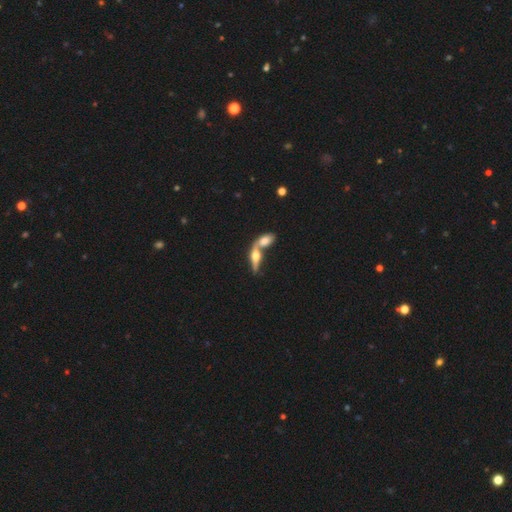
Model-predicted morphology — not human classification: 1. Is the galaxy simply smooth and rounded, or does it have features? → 57% featured or disk, 35% smooth, 8% star or artifact.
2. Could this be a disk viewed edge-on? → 85% yes, 15% no.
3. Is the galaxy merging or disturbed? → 55% merger, 33% none, 7% minor disturbance, 4% major disturbance.